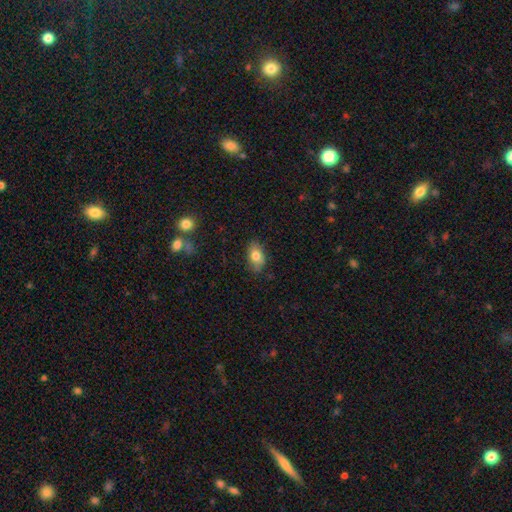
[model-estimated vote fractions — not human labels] A smooth galaxy with no disk features (78%) that is in between round and cigar-shaped (87%). Merging: none (79%).